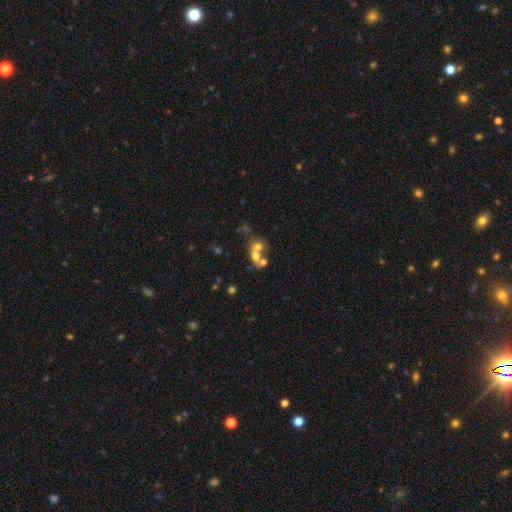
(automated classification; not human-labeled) Smooth or featured? Predicted: smooth (p=0.55). How rounded? Predicted: round (p=0.58). Merging? Predicted: merger (p=0.61).